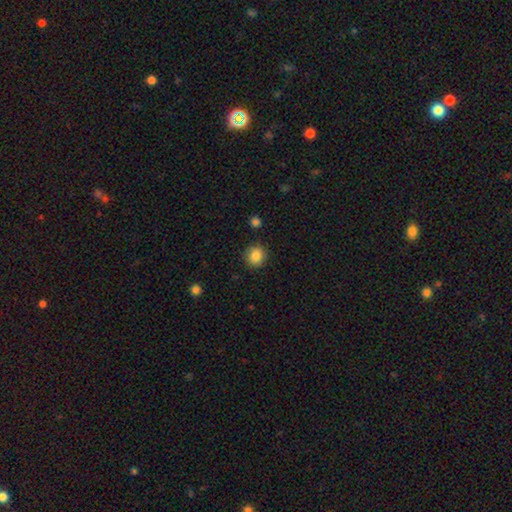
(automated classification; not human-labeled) Smooth or featured?
  - smooth: 86% *
  - star or artifact: 9%
  - featured or disk: 5%
How rounded?
  - round: 85% *
  - in between: 14%
  - cigar-shaped: 1%
Merging?
  - none: 89% *
  - minor disturbance: 7%
  - major disturbance: 2%
  - merger: 2%